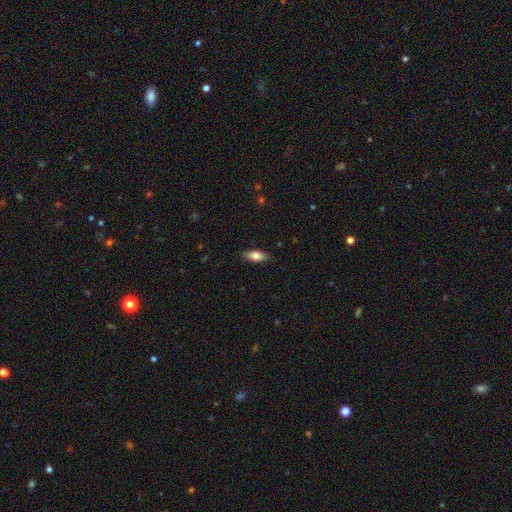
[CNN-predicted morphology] type=smooth (77%); roundness=in between (74%); merging=none (86%).